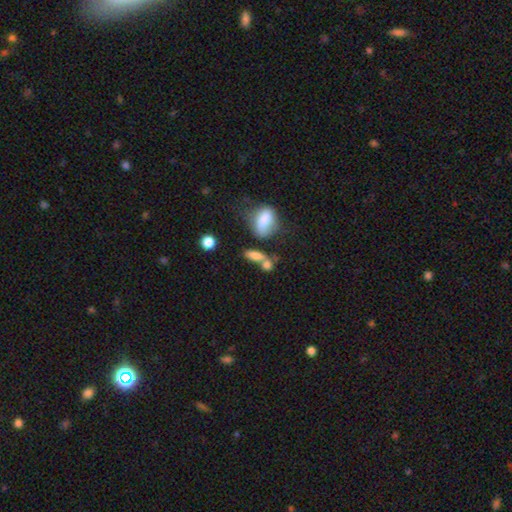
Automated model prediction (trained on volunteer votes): The model was most divided on "merging": merger: 40%, none: 37%, minor disturbance: 14%, major disturbance: 9%. More confident: smooth or featured — smooth (75%); how rounded — in between (64%).